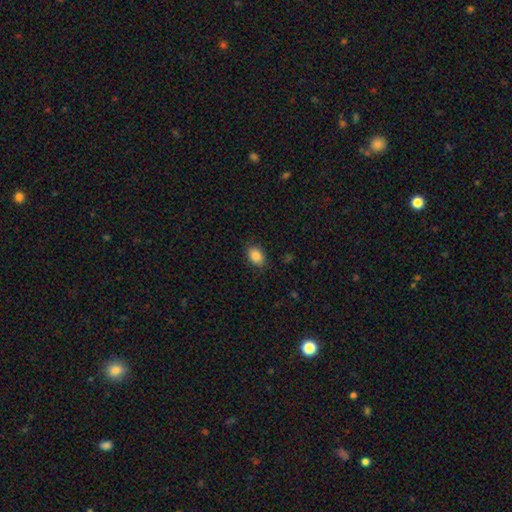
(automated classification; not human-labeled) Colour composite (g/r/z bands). It shows a smooth galaxy with no disk features (86%) that is in between round and cigar-shaped (73%). Merging: none (85%).